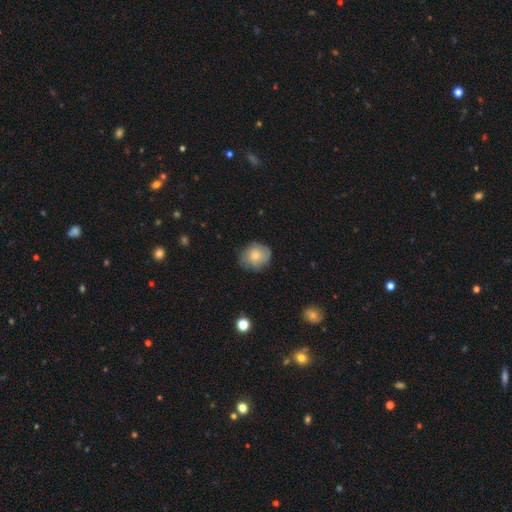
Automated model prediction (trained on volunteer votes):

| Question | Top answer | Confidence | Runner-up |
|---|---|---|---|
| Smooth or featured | smooth | 67% | featured or disk (25%) |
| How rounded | round | 77% | in between (22%) |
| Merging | none | 73% | minor disturbance (21%) |